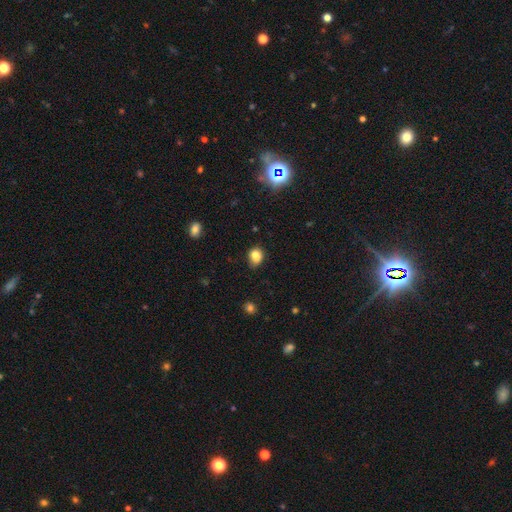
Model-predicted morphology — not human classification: This appears to be a smooth galaxy with no disk features (82%) that is in between round and cigar-shaped (53%). Merging: none (63%).